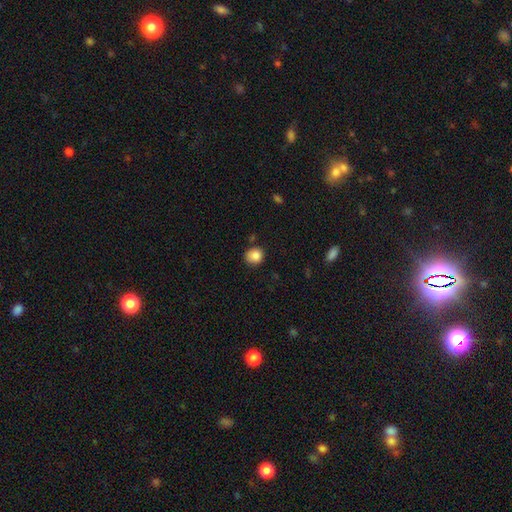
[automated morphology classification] A smooth galaxy with no disk features (85%) that is round (83%).

Vote fractions:
- Smooth or featured? smooth: 85% / star or artifact: 10% / featured or disk: 5%
- How rounded? round: 83% / in between: 16% / cigar-shaped: 1%
- Merging? none: 79% / minor disturbance: 15% / merger: 3% / major disturbance: 3%